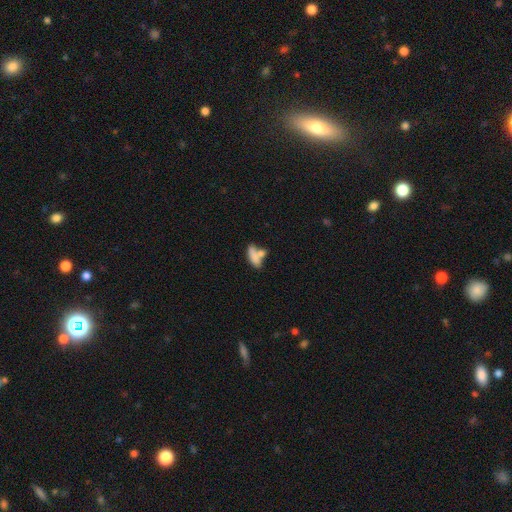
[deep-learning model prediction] Smooth or featured: smooth — 71% (featured or disk — 20%)
How rounded: in between — 72% (cigar-shaped — 23%)
Merging: merger — 47% (none — 31%)